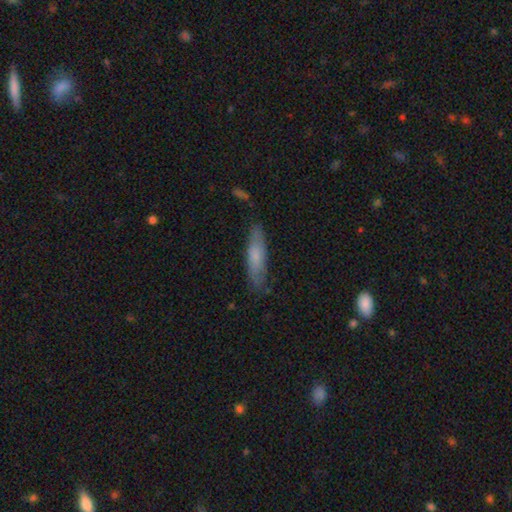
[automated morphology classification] Q: Smooth or featured?
A: smooth (71%); runner-up: featured or disk (23%)
Q: How rounded?
A: cigar-shaped (71%); runner-up: in between (27%)
Q: Merging?
A: none (78%); runner-up: minor disturbance (17%)